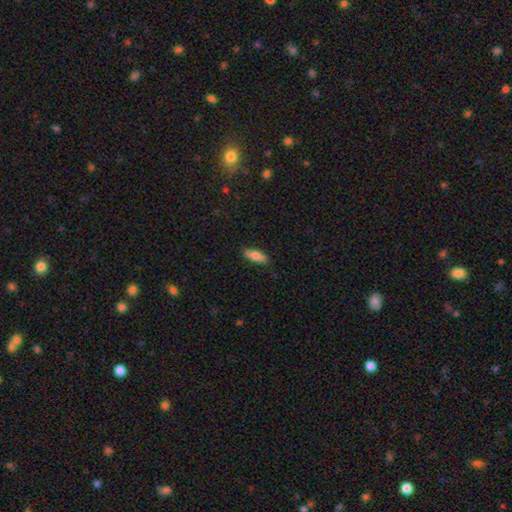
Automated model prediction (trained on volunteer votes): This appears to be a smooth galaxy with no disk features (78%) that is in between round and cigar-shaped (70%). Merging: none (85%).